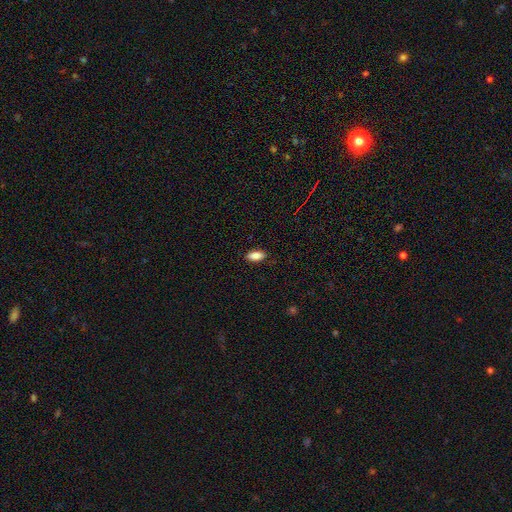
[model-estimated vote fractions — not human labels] This is clearly a smooth galaxy (87%). How rounded: clearly in between (88%). Merging: clearly none (88%).